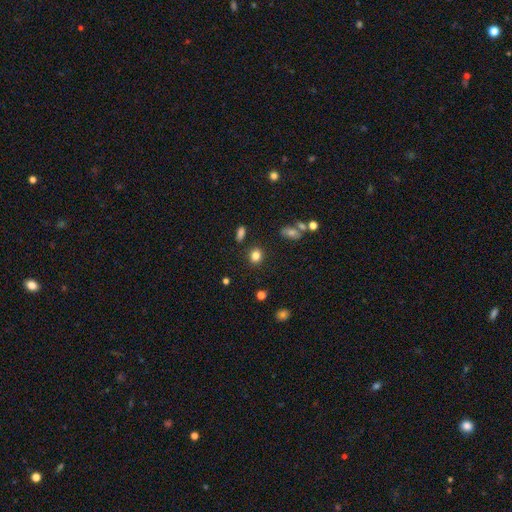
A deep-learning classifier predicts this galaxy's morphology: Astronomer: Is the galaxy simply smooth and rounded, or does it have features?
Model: smooth — 82%.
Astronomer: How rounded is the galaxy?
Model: round — 75%.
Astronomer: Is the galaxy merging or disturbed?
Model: none — 87%.